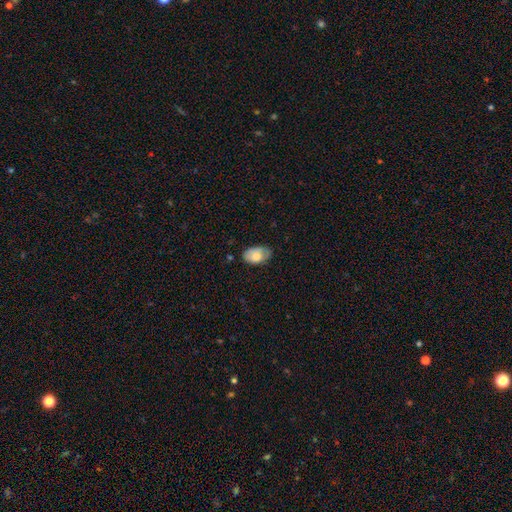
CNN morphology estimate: Smooth or featured? Predicted: smooth (p=0.76). How rounded? Predicted: in between (p=0.92). Merging? Predicted: none (p=0.65).